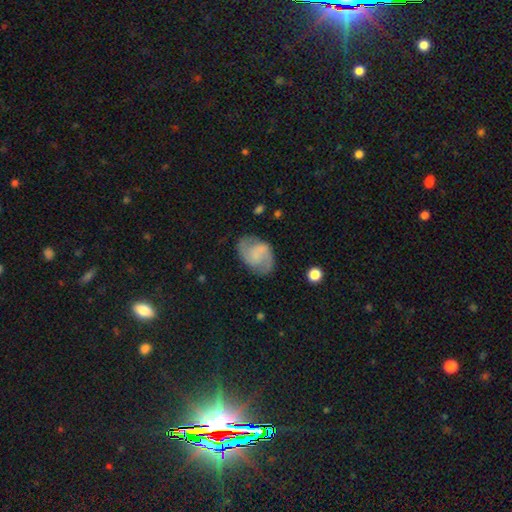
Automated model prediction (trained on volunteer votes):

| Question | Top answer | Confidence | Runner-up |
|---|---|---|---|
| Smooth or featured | featured or disk | 77% | smooth (16%) |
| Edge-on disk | no | 98% | yes (2%) |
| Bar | no | 45% | weak (42%) |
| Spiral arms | yes | 95% | no (5%) |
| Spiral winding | medium | 52% | tight (24%) |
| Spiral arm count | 2 | 91% | can't tell (4%) |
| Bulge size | none | 59% | small (22%) |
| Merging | none | 78% | minor disturbance (15%) |